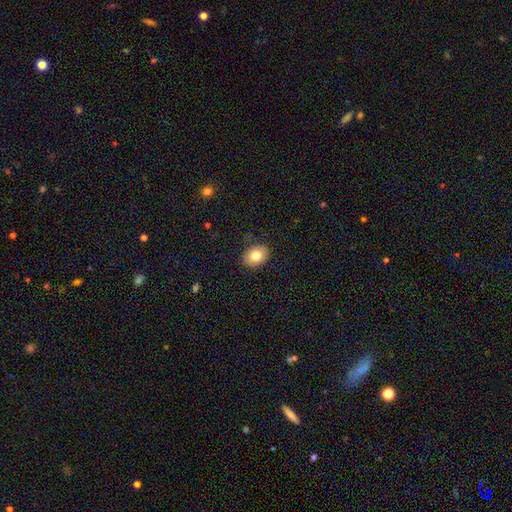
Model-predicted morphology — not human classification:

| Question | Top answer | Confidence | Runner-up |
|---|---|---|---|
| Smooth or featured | smooth | 80% | featured or disk (12%) |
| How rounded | in between | 68% | round (31%) |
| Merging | none | 88% | minor disturbance (9%) |